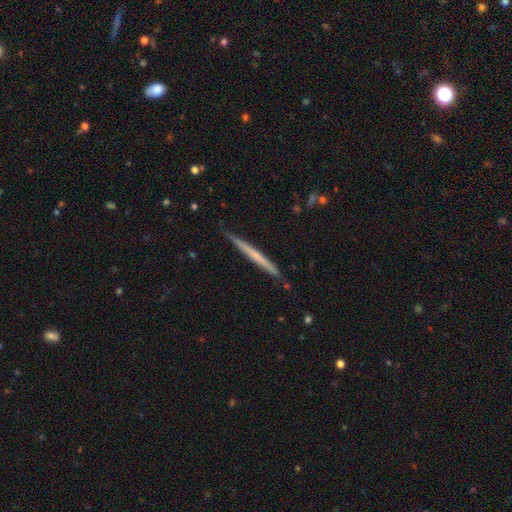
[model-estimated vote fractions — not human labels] A featured or disk galaxy (50%) viewed edge-on (98%).

Vote fractions:
- Smooth or featured? featured or disk: 50% / smooth: 44% / star or artifact: 5%
- Edge-on disk? yes: 98% / no: 2%
- Merging? none: 88% / minor disturbance: 9% / major disturbance: 1% / merger: 1%